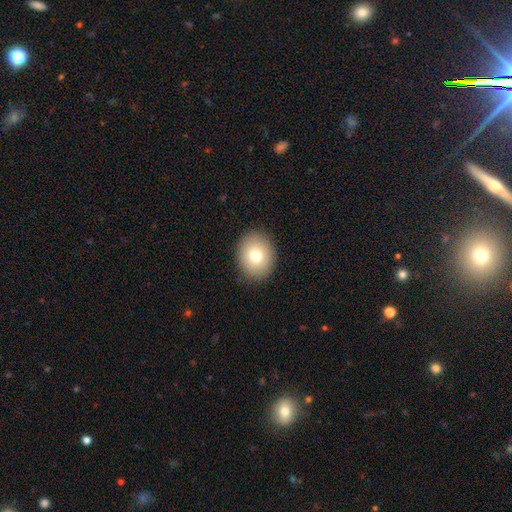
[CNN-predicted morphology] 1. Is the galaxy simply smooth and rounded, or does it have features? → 76% smooth, 13% featured or disk, 11% star or artifact.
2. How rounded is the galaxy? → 60% round, 39% in between, 1% cigar-shaped.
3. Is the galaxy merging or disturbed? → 90% none, 7% minor disturbance, 2% major disturbance, 1% merger.